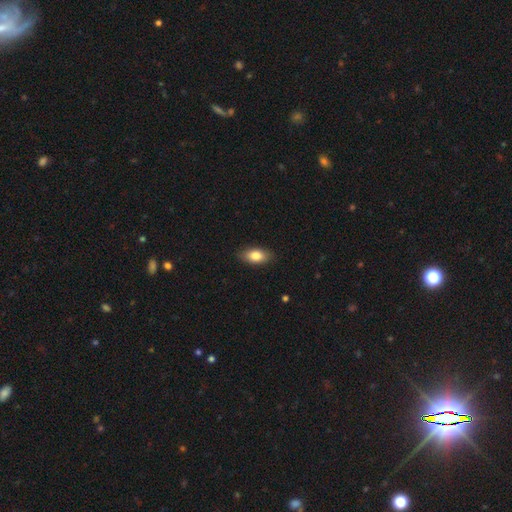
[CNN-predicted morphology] smooth-or-featured: smooth: 83% | featured or disk: 10% | star or artifact: 7%
  how-rounded: in between: 91% | cigar-shaped: 5% | round: 5%
  merging: none: 87% | minor disturbance: 10% | major disturbance: 2% | merger: 1%